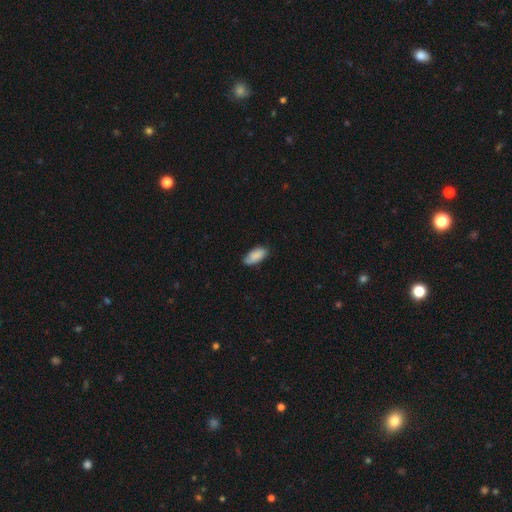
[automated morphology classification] smooth-or-featured: smooth: 86% | featured or disk: 7% | star or artifact: 6%
  how-rounded: in between: 90% | cigar-shaped: 8% | round: 2%
  merging: none: 74% | minor disturbance: 22% | major disturbance: 3% | merger: 1%